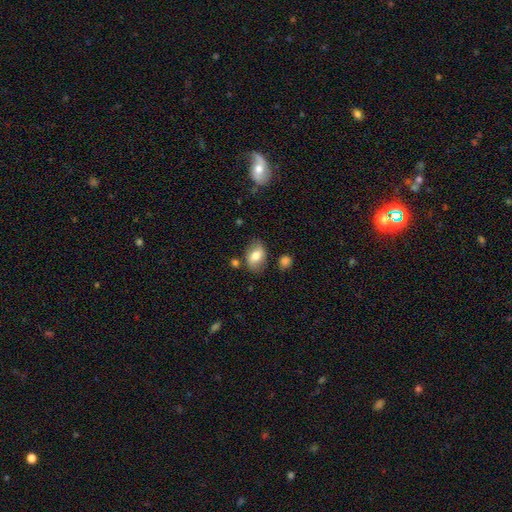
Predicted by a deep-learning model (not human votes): The model was most divided on "smooth or featured": smooth: 71%, featured or disk: 21%, star or artifact: 8%. More confident: how rounded — in between (83%); merging — none (74%).